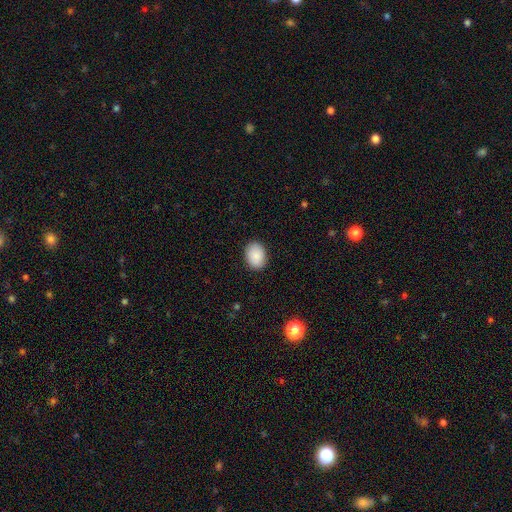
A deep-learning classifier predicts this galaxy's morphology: A smooth galaxy with no disk features (89%) that is in between round and cigar-shaped (74%).

Vote fractions:
- Smooth or featured? smooth: 89% / star or artifact: 7% / featured or disk: 4%
- How rounded? in between: 74% / round: 25% / cigar-shaped: 1%
- Merging? none: 89% / minor disturbance: 8% / major disturbance: 2% / merger: 1%